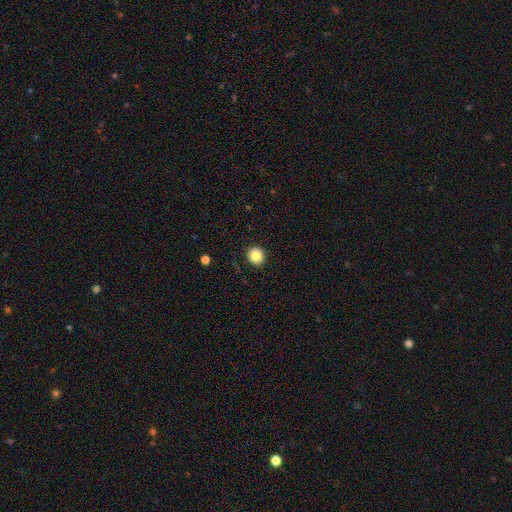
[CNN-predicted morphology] smooth-or-featured: smooth: 84% | star or artifact: 10% | featured or disk: 6%
  how-rounded: round: 91% | in between: 8% | cigar-shaped: 1%
  merging: none: 91% | minor disturbance: 6% | major disturbance: 2% | merger: 1%